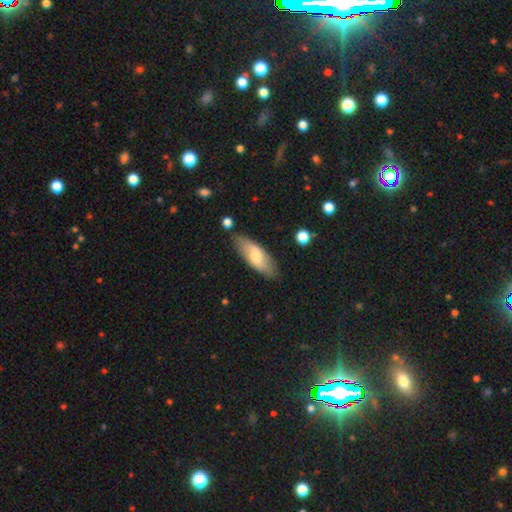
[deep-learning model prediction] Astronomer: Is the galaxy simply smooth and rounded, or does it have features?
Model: smooth — 66%.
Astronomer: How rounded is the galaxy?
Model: in between — 71%.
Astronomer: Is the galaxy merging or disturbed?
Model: none — 79%.